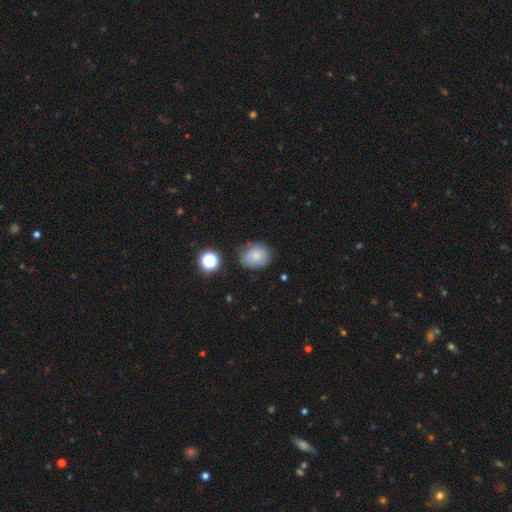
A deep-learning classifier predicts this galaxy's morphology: Smooth or featured? Predicted: smooth (p=0.80). How rounded? Predicted: round (p=0.66). Merging? Predicted: none (p=0.69).